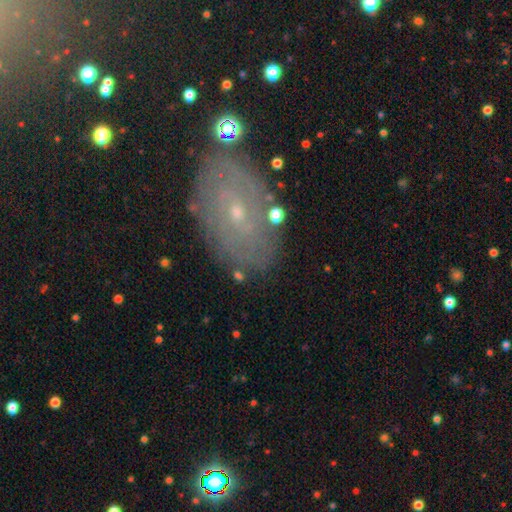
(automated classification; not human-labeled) Morphology: type=featured or disk (62%); edge-on=no (93%); bar=no (70%); spiral arms=yes (69%); bulge=small (83%); merging=none (83%).